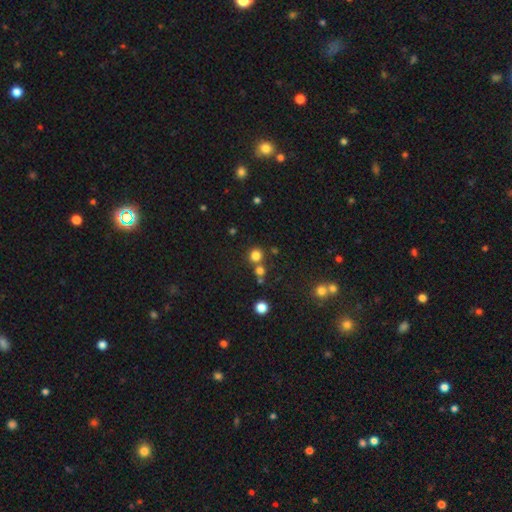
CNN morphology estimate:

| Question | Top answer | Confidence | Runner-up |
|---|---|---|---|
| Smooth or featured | smooth | 77% | star or artifact (17%) |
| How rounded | round | 91% | in between (8%) |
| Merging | none | 69% | merger (22%) |